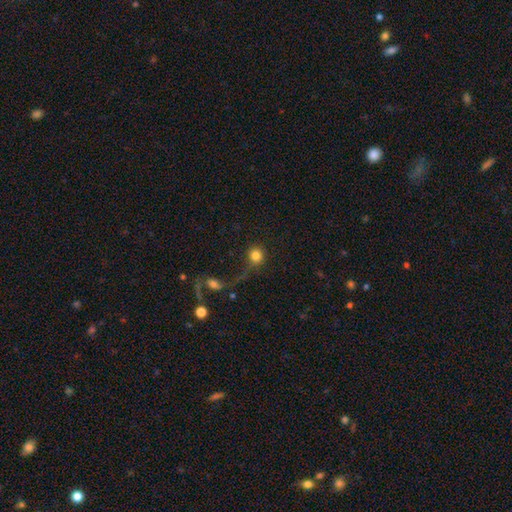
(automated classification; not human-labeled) This is clearly a smooth galaxy (80%). How rounded: clearly round (92%). Merging: possibly none (53%).